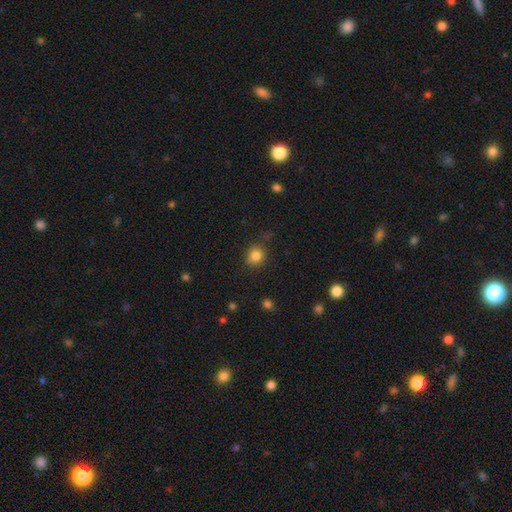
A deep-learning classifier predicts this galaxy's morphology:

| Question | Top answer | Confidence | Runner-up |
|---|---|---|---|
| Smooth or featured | smooth | 83% | star or artifact (11%) |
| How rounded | round | 73% | in between (26%) |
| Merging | none | 82% | minor disturbance (13%) |